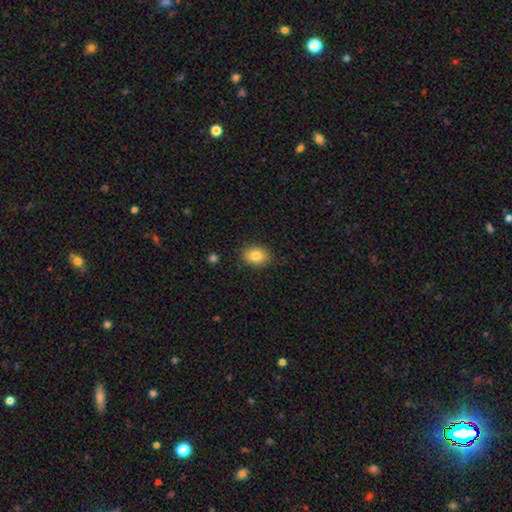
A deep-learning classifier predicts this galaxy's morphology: Overall: smooth (83%). How rounded: in between (64%; round 35%). Merging: none (87%).